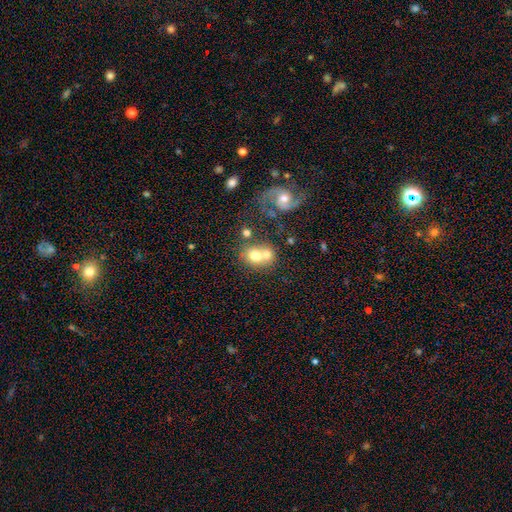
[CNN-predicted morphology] Smooth or featured? Predicted: smooth (p=0.63). How rounded? Predicted: round (p=0.64). Merging? Predicted: merger (p=0.53).